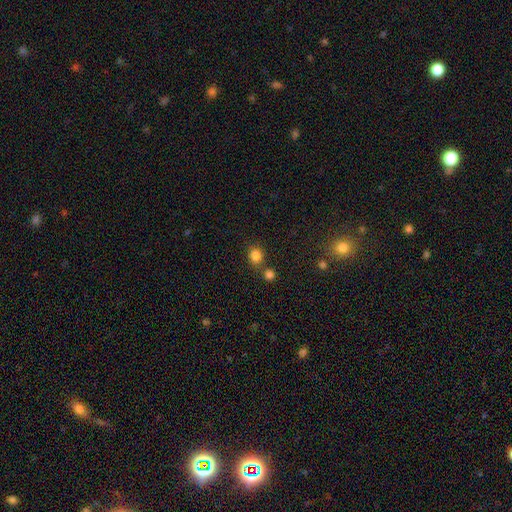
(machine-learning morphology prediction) smooth_or_featured: smooth (p=0.83) [alt: star or artifact p=0.13]
how_rounded: round (p=0.74) [alt: in between p=0.25]
merging: none (p=0.70) [alt: merger p=0.18]